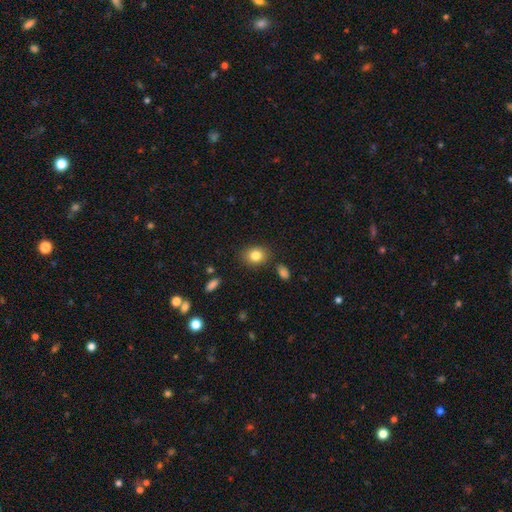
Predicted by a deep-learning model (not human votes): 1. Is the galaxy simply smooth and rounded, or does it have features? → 83% smooth, 10% star or artifact, 8% featured or disk.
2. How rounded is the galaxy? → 51% round, 48% in between, 1% cigar-shaped.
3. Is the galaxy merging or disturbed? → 84% none, 11% minor disturbance, 3% major disturbance, 3% merger.